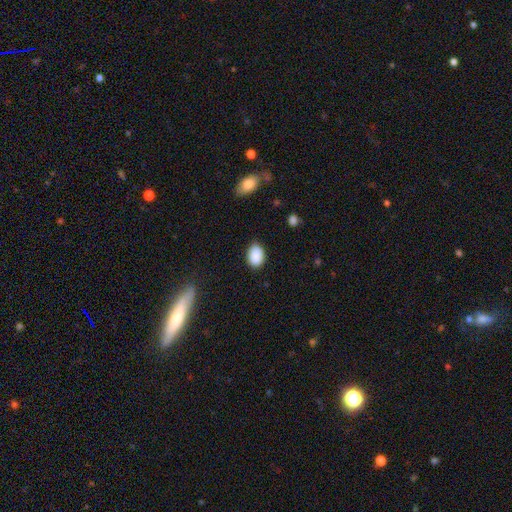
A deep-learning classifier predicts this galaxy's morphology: Smooth or featured?
  - smooth: 90% *
  - star or artifact: 7%
  - featured or disk: 3%
How rounded?
  - in between: 79% *
  - round: 20%
  - cigar-shaped: 1%
Merging?
  - none: 81% *
  - minor disturbance: 14%
  - major disturbance: 3%
  - merger: 1%